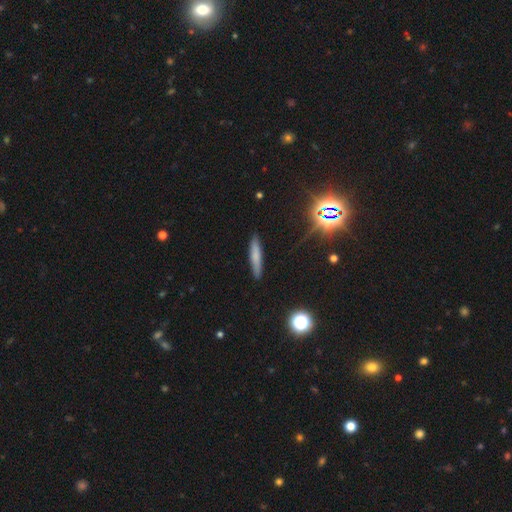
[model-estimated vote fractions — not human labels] smooth_or_featured: smooth (p=0.69) [alt: featured or disk p=0.20]
how_rounded: cigar-shaped (p=0.89) [alt: in between p=0.09]
merging: none (p=0.88) [alt: minor disturbance p=0.09]